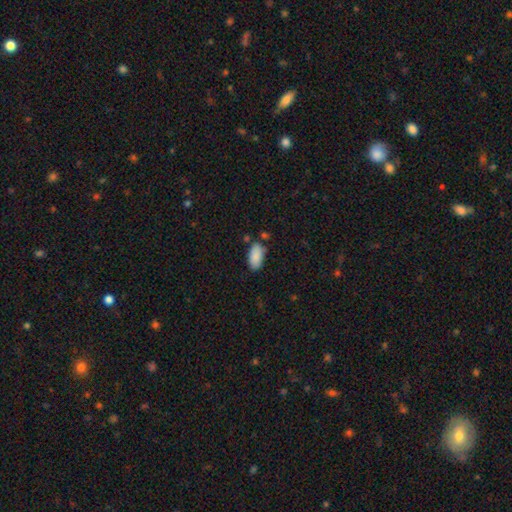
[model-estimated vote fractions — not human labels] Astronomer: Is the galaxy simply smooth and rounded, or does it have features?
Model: smooth — 89%.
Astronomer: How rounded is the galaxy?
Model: in between — 93%.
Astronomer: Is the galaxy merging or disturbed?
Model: none — 73%.